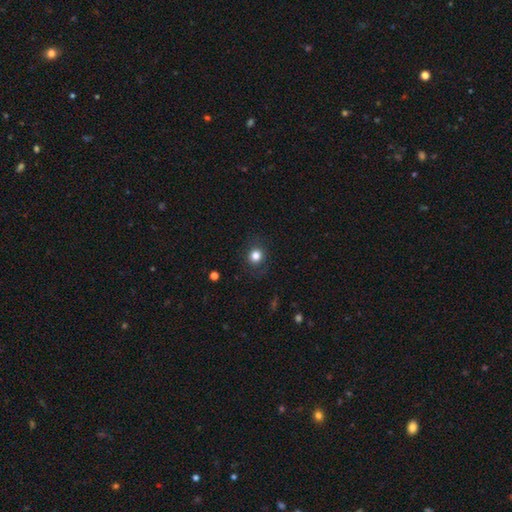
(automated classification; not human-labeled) Smooth or featured? smooth (82%)
How rounded? round (85%)
Merging? none (86%)